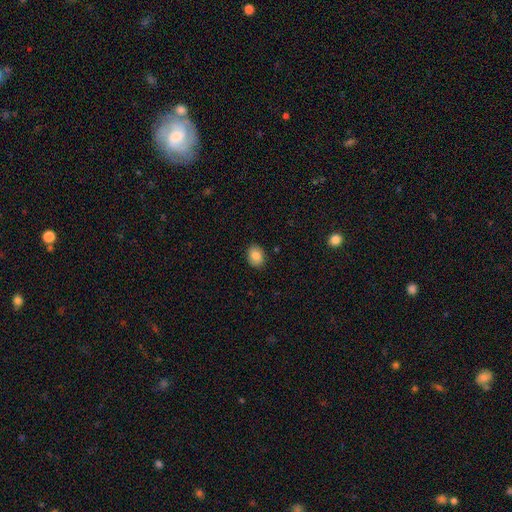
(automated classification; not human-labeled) The model was most divided on "how rounded": in between: 62%, round: 37%, cigar-shaped: 1%. More confident: merging — none (88%); smooth or featured — smooth (84%).